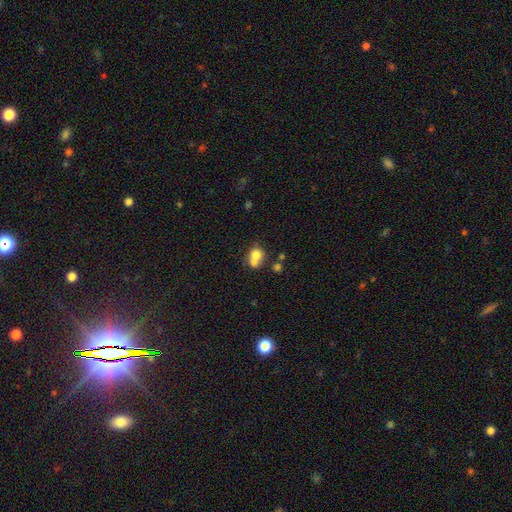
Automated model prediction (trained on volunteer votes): smooth 73%, featured or disk 16%, star or artifact 11%. Down the decision tree: how rounded — round (73%); merging — merger (55%).